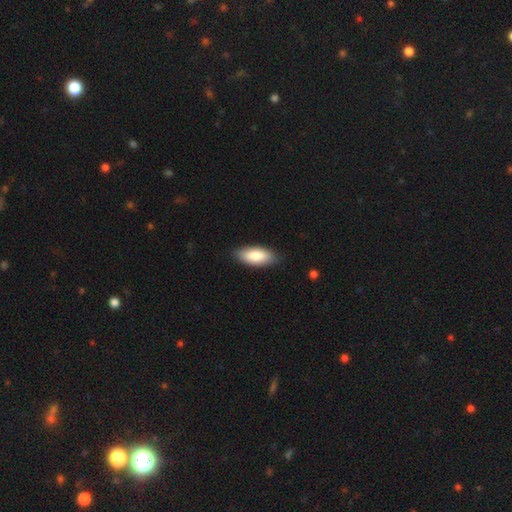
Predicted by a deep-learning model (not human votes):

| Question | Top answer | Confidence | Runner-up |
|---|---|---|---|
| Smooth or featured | smooth | 84% | featured or disk (10%) |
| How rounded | in between | 85% | cigar-shaped (13%) |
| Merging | none | 86% | minor disturbance (11%) |